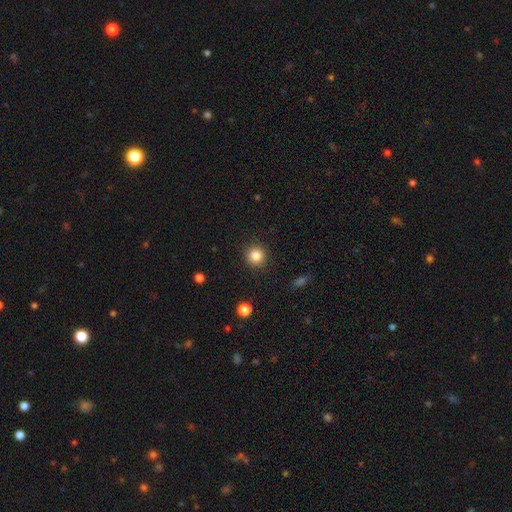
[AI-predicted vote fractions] smooth 85%, star or artifact 11%, featured or disk 5%. Down the decision tree: how rounded — round (94%); merging — none (91%).